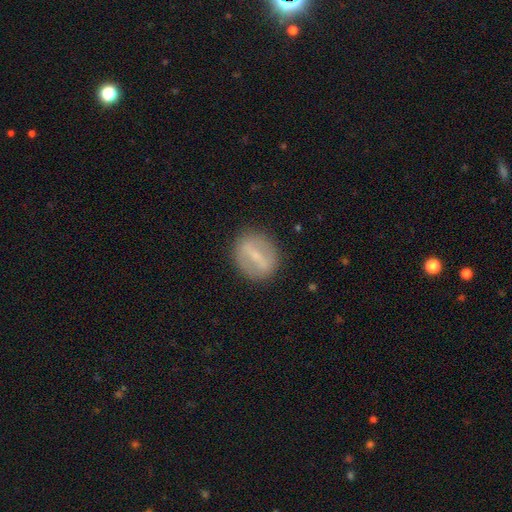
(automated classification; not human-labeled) Smooth or featured? Predicted: featured or disk (p=0.55). Edge-on disk? Predicted: no (p=0.85). Merging? Predicted: none (p=0.86).